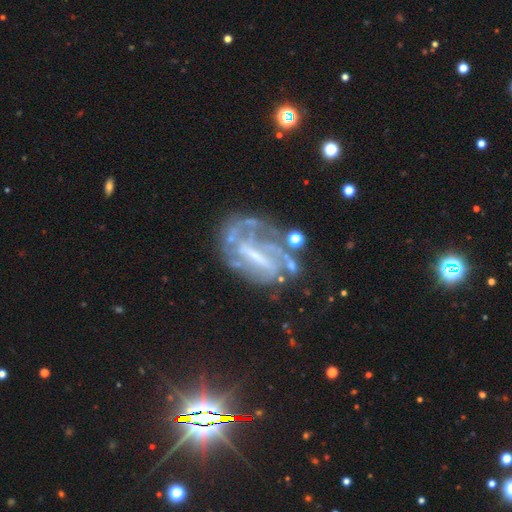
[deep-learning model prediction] This appears to be a featured or disk galaxy (78%) with a strong bar (50%), tight (46%) spiral arms (74%) and no central bulge (37%). Merging: none (45%).